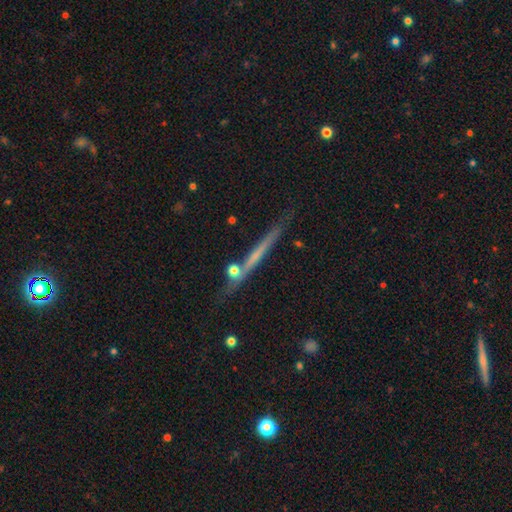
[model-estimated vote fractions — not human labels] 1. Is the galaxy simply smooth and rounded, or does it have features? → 56% featured or disk, 36% smooth, 8% star or artifact.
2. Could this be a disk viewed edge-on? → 95% yes, 5% no.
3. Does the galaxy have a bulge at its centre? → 81% none, 14% rounded, 5% boxy.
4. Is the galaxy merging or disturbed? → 79% none, 12% minor disturbance, 6% merger, 3% major disturbance.